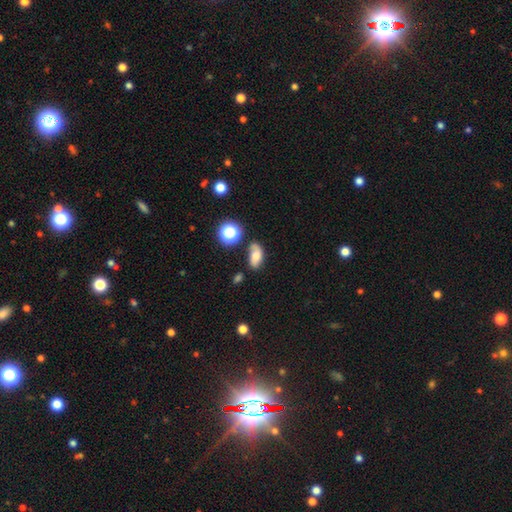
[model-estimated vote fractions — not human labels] Smooth or featured?
  - smooth: 62% *
  - featured or disk: 24%
  - star or artifact: 14%
How rounded?
  - in between: 84% *
  - round: 12%
  - cigar-shaped: 4%
Merging?
  - none: 55% *
  - minor disturbance: 27%
  - major disturbance: 10%
  - merger: 8%